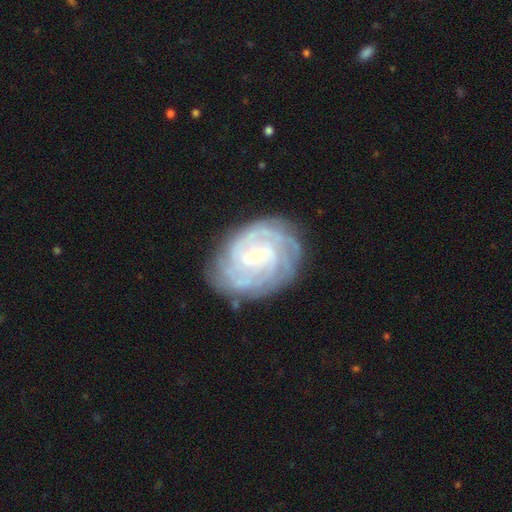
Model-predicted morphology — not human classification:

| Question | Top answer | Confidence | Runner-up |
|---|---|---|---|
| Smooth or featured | featured or disk | 88% | smooth (7%) |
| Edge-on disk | no | 97% | yes (3%) |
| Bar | no | 48% | weak (41%) |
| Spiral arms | yes | 97% | no (3%) |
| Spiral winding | tight | 76% | medium (21%) |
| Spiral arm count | can't tell | 27% | 4 (26%) |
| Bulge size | small | 70% | moderate (27%) |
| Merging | none | 80% | minor disturbance (14%) |